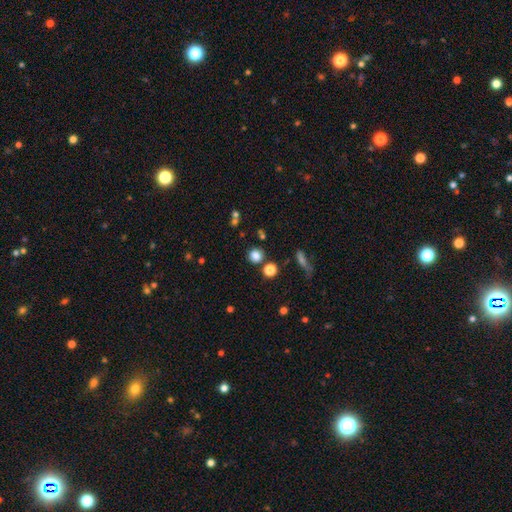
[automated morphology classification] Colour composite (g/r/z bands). It shows a smooth galaxy with no disk features (79%) that is round (90%). Merging: none (79%).